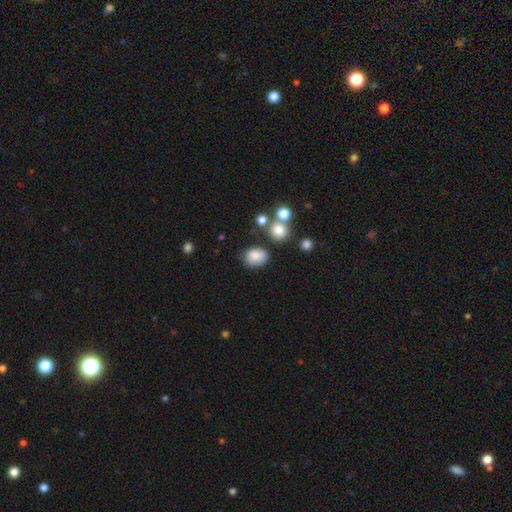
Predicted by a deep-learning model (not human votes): Morphology: type=smooth (83%); roundness=in between (62%); merging=none (67%).